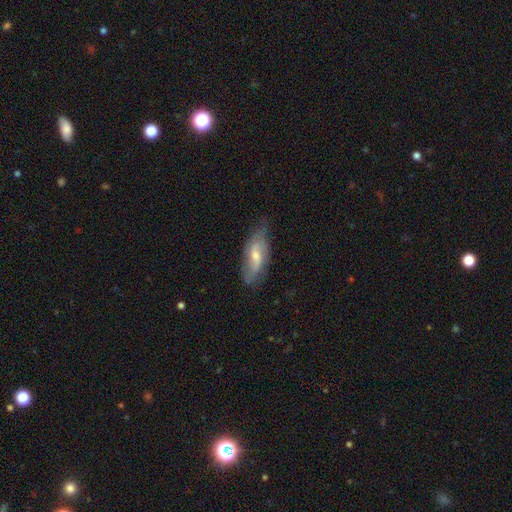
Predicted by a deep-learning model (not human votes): Smooth or featured? Predicted: featured or disk (p=0.58). Edge-on disk? Predicted: no (p=0.84). Merging? Predicted: none (p=0.71).